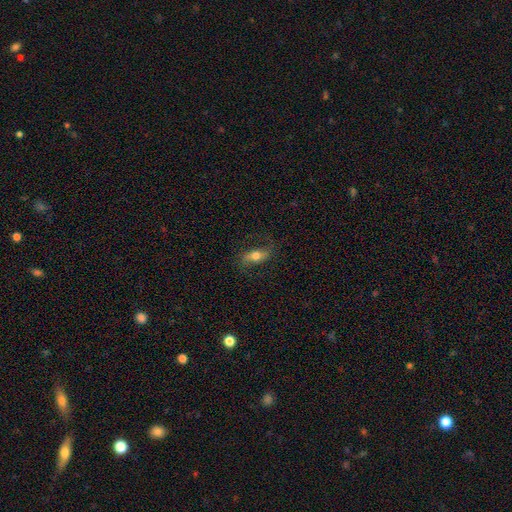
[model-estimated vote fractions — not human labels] The model was most divided on "smooth or featured" (2-way tie): smooth: 46%, featured or disk: 46%, star or artifact: 8%. More confident: merging — none (75%).